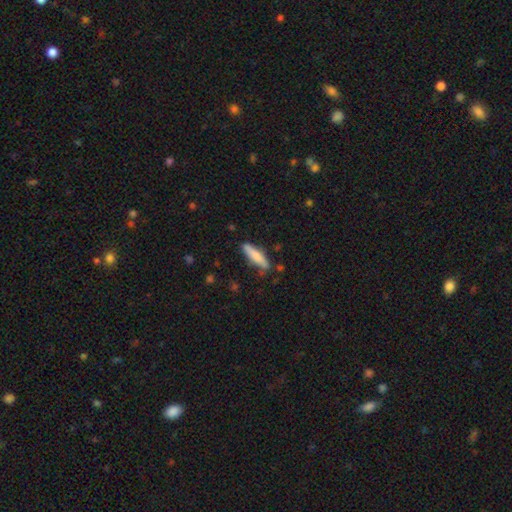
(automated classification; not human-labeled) The model was most divided on "how rounded": cigar-shaped: 77%, in between: 21%, round: 2%. More confident: merging — none (78%); smooth or featured — smooth (77%).